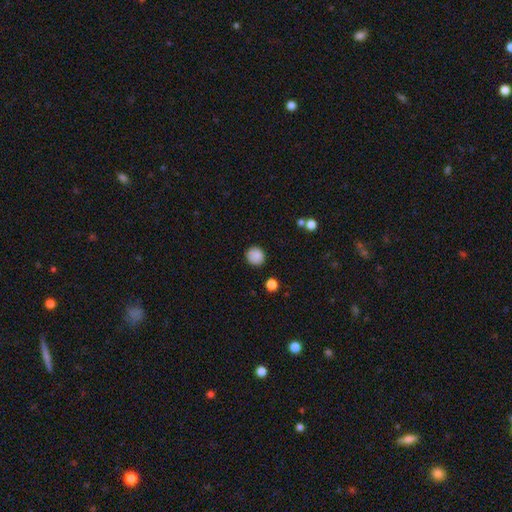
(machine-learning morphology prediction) Smooth or featured: smooth — 86% (star or artifact — 9%)
How rounded: round — 85% (in between — 14%)
Merging: none — 84% (minor disturbance — 12%)